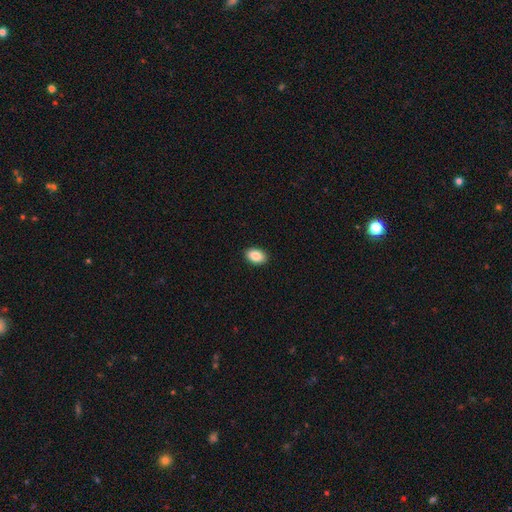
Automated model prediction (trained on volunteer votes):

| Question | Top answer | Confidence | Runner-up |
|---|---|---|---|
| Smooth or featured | smooth | 89% | star or artifact (7%) |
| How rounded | in between | 89% | round (10%) |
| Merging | none | 91% | minor disturbance (6%) |